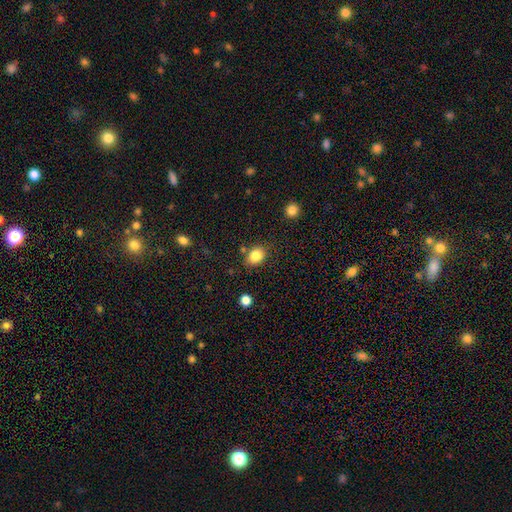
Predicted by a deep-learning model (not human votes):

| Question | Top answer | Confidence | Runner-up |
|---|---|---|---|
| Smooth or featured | smooth | 84% | star or artifact (10%) |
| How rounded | in between | 53% | round (46%) |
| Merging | none | 79% | minor disturbance (13%) |